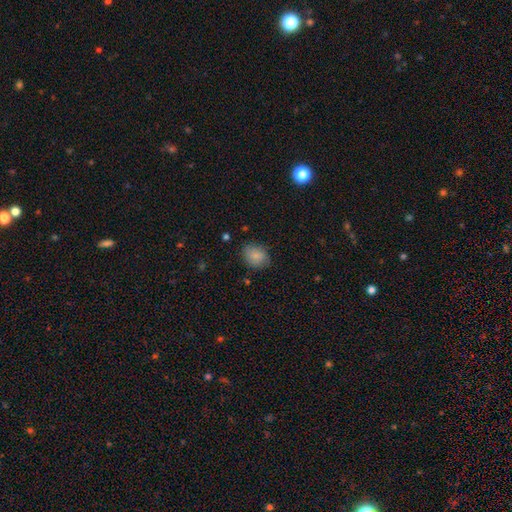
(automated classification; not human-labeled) smooth 84%, star or artifact 8%, featured or disk 8%. Down the decision tree: how rounded — in between (52%); merging — none (78%).